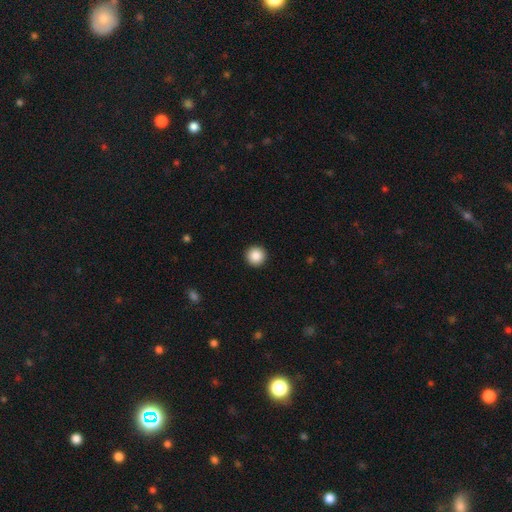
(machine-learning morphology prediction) The model was most divided on "smooth or featured": smooth: 88%, star or artifact: 8%, featured or disk: 4%. More confident: how rounded — round (96%); merging — none (94%).